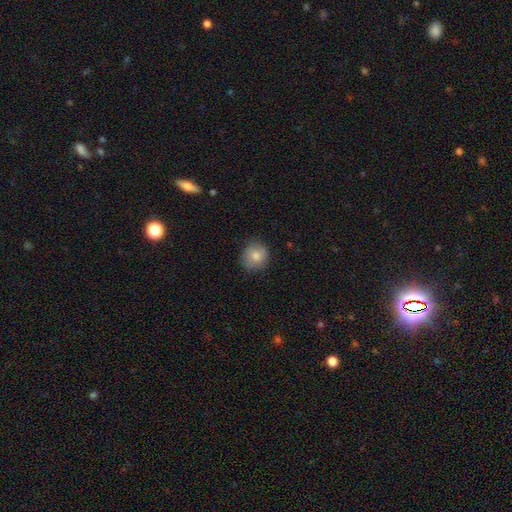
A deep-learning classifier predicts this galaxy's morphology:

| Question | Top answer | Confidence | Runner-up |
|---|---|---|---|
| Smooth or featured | smooth | 81% | featured or disk (11%) |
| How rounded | round | 85% | in between (14%) |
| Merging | none | 82% | minor disturbance (14%) |